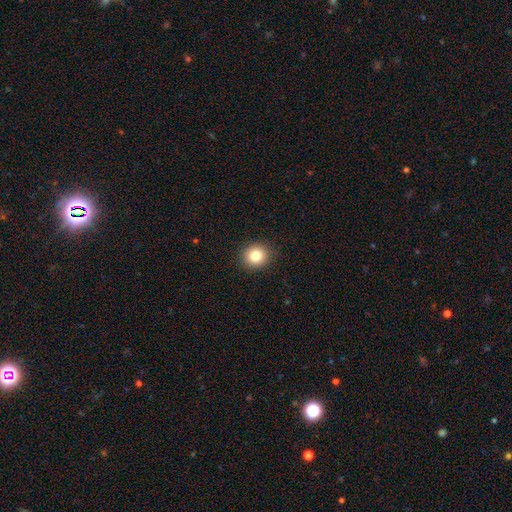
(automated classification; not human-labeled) Morphology: type=smooth (83%); roundness=round (86%); merging=none (91%).